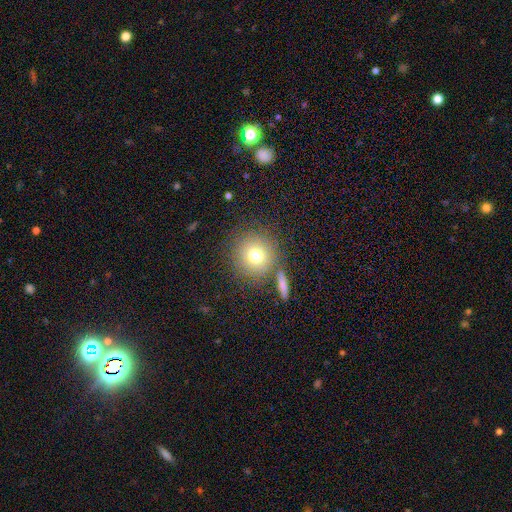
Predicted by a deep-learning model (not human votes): Smooth or featured? smooth (74%)
How rounded? round (92%)
Merging? none (78%)